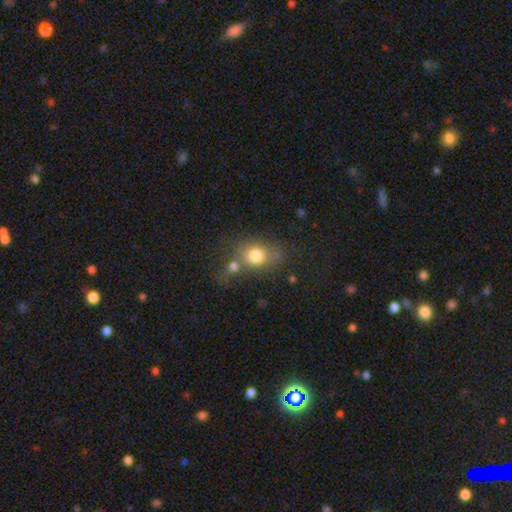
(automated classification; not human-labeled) A smooth galaxy with no disk features (77%) that is in between round and cigar-shaped (50%).

Vote fractions:
- Smooth or featured? smooth: 77% / featured or disk: 12% / star or artifact: 11%
- How rounded? in between: 50% / round: 49% / cigar-shaped: 2%
- Merging? none: 47% / merger: 31% / minor disturbance: 15% / major disturbance: 8%